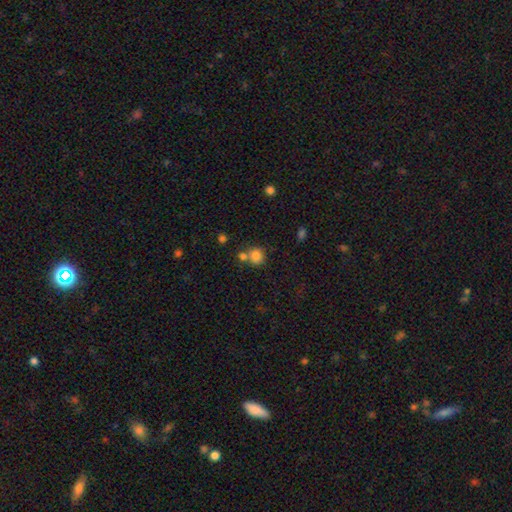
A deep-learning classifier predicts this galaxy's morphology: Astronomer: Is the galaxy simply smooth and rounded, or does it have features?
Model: smooth — 82%.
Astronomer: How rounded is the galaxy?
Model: round — 82%.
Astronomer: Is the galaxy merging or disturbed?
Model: none — 56%.